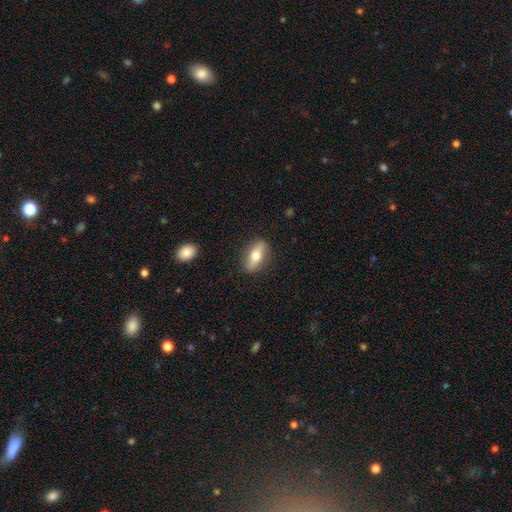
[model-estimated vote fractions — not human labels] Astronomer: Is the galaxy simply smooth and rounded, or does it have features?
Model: smooth — 63%.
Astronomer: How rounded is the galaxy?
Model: in between — 70%.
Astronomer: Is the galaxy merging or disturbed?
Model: none — 86%.